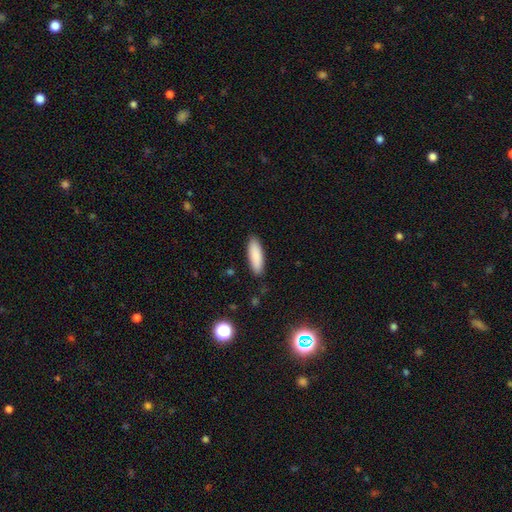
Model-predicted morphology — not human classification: Smooth or featured: smooth — 88% (featured or disk — 6%)
How rounded: in between — 53% (cigar-shaped — 46%)
Merging: none — 88% (minor disturbance — 9%)